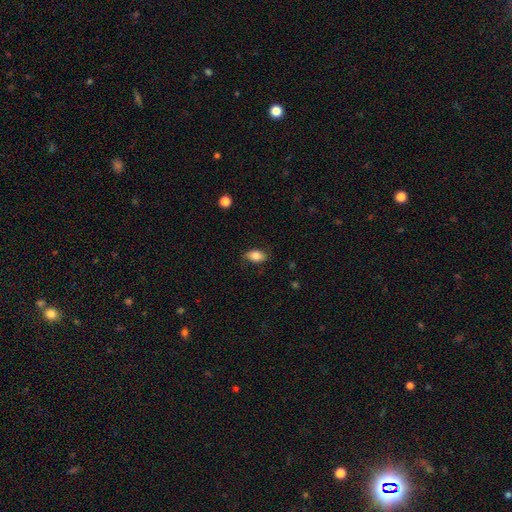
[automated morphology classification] This appears to be a smooth galaxy with no disk features (82%) that is in between round and cigar-shaped (88%). Merging: none (77%).